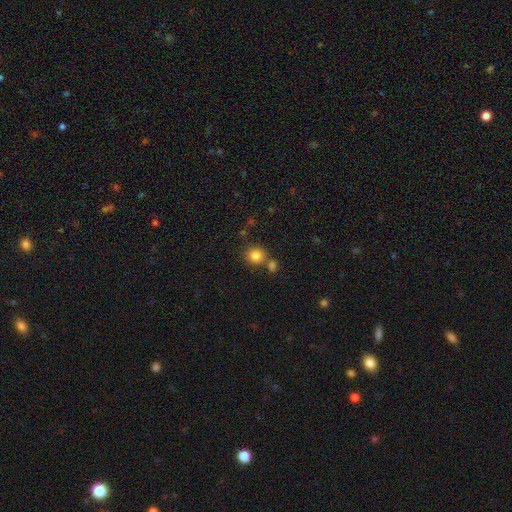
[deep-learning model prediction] Q: Smooth or featured?
A: smooth (83%); runner-up: star or artifact (11%)
Q: How rounded?
A: round (85%); runner-up: in between (14%)
Q: Merging?
A: none (68%); runner-up: merger (20%)